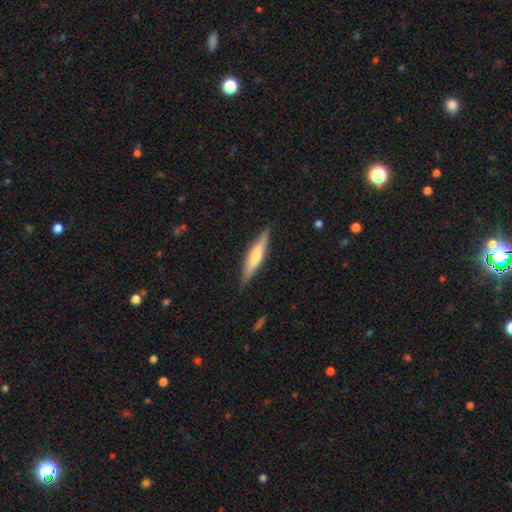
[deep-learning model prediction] This is possibly a featured or disk galaxy (50%). It is clearly viewed edge-on (95%). Merging: clearly none (87%).